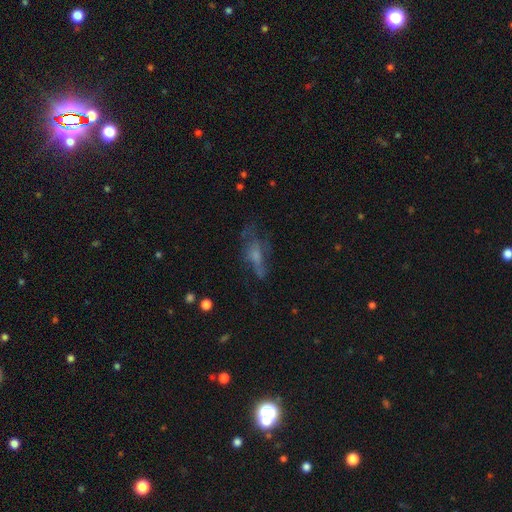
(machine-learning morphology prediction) Q: Smooth or featured?
A: featured or disk (43%); runner-up: smooth (39%)
Q: Merging?
A: none (41%); runner-up: major disturbance (32%)